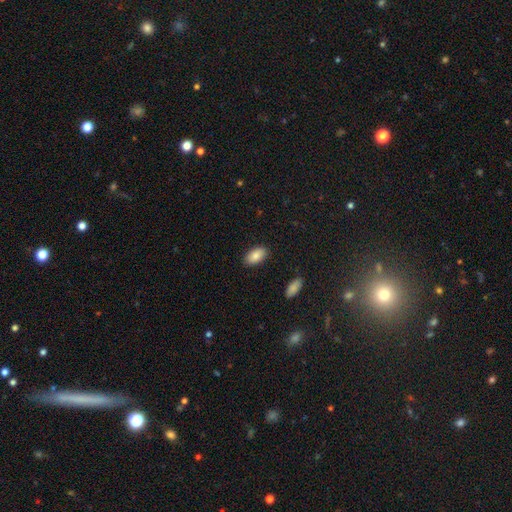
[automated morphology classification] Smooth or featured? smooth (85%)
How rounded? in between (94%)
Merging? none (88%)